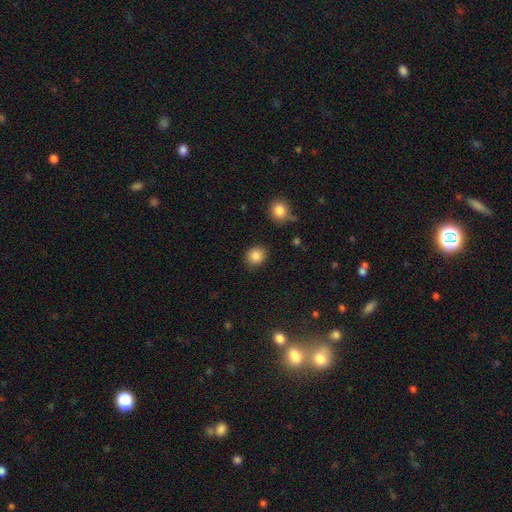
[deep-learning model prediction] The model was most divided on "how rounded": round: 80%, in between: 19%, cigar-shaped: 1%. More confident: smooth or featured — smooth (87%); merging — none (86%).